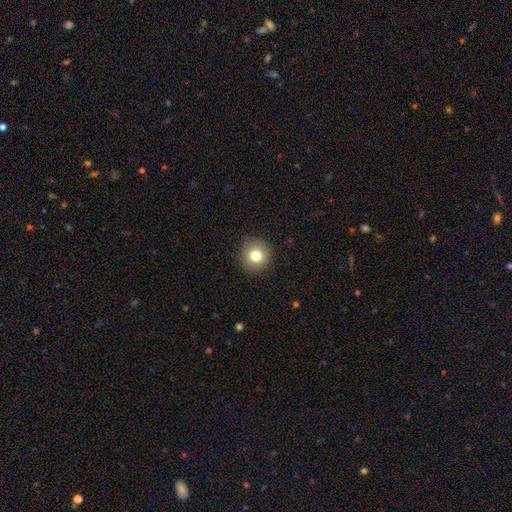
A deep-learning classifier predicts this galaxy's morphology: Q: Smooth or featured?
A: smooth (79%); runner-up: star or artifact (11%)
Q: How rounded?
A: round (93%); runner-up: in between (6%)
Q: Merging?
A: none (91%); runner-up: minor disturbance (6%)